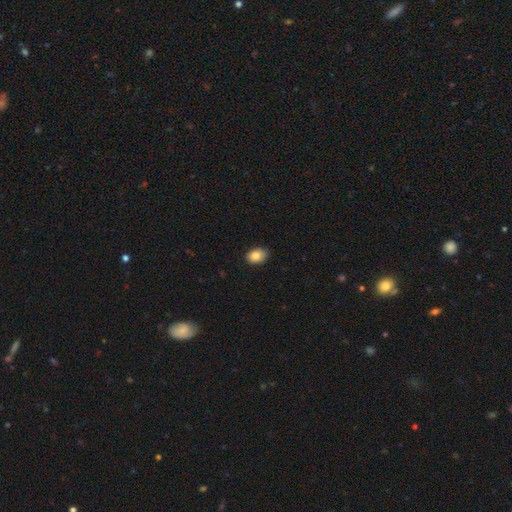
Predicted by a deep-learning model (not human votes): The model was most divided on "how rounded": in between: 75%, round: 24%, cigar-shaped: 1%. More confident: smooth or featured — smooth (84%); merging — none (84%).